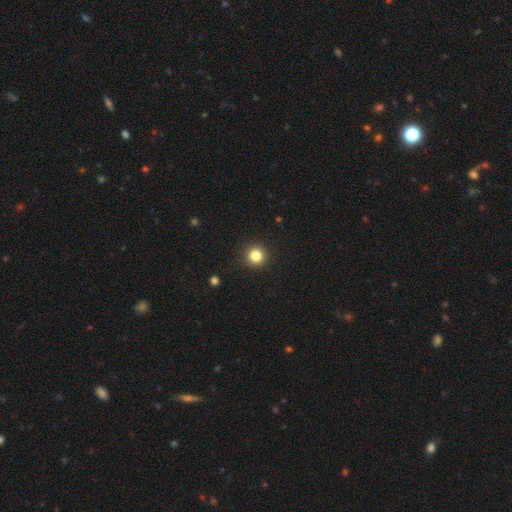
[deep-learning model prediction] Morphology: type=smooth (83%); roundness=round (95%); merging=none (92%).